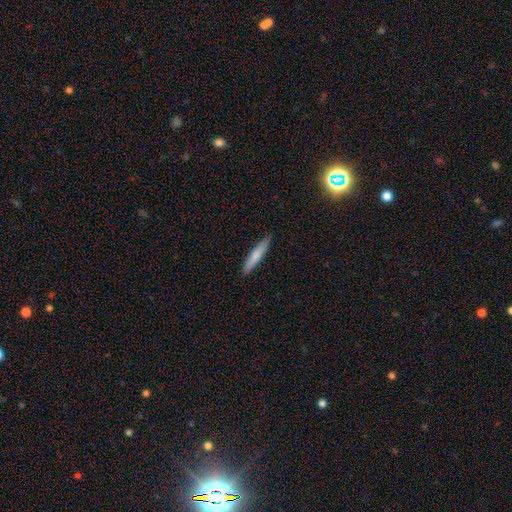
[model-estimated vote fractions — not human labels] Morphology: type=smooth (73%); roundness=cigar-shaped (91%); merging=none (89%).